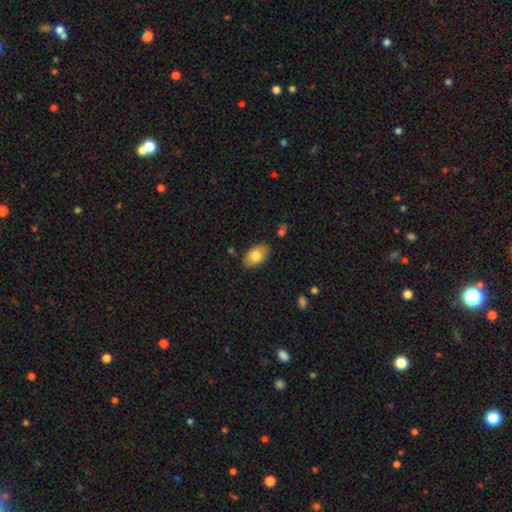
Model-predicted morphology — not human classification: smooth_or_featured: smooth (p=0.79) [alt: featured or disk p=0.14]
how_rounded: in between (p=0.92) [alt: round p=0.07]
merging: none (p=0.82) [alt: minor disturbance p=0.14]